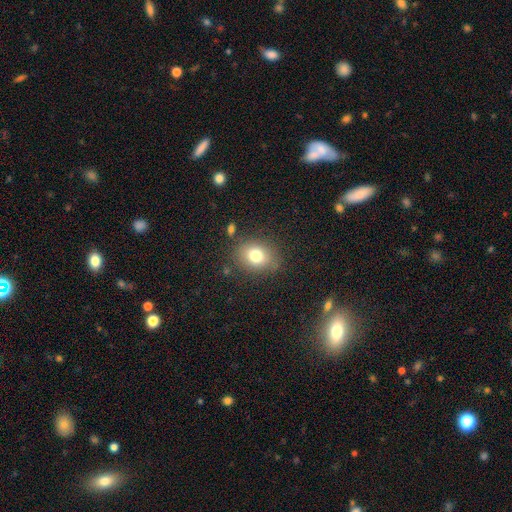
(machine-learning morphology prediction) A smooth galaxy with no disk features (77%) that is round (51%).

Vote fractions:
- Smooth or featured? smooth: 77% / star or artifact: 11% / featured or disk: 11%
- How rounded? round: 51% / in between: 48% / cigar-shaped: 1%
- Merging? none: 80% / minor disturbance: 12% / major disturbance: 4% / merger: 3%